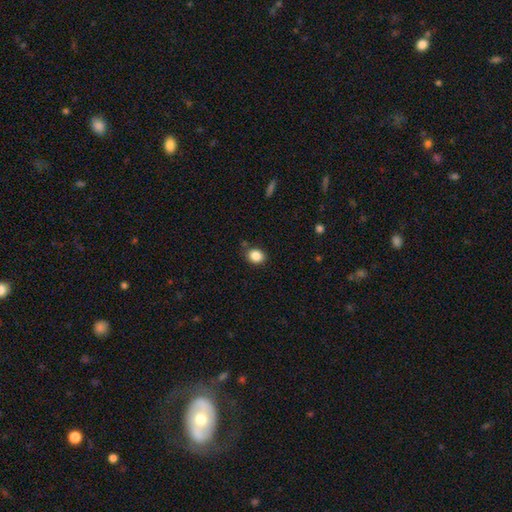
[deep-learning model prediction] Q: Smooth or featured?
A: smooth (87%); runner-up: star or artifact (9%)
Q: How rounded?
A: round (52%); runner-up: in between (47%)
Q: Merging?
A: none (81%); runner-up: minor disturbance (12%)